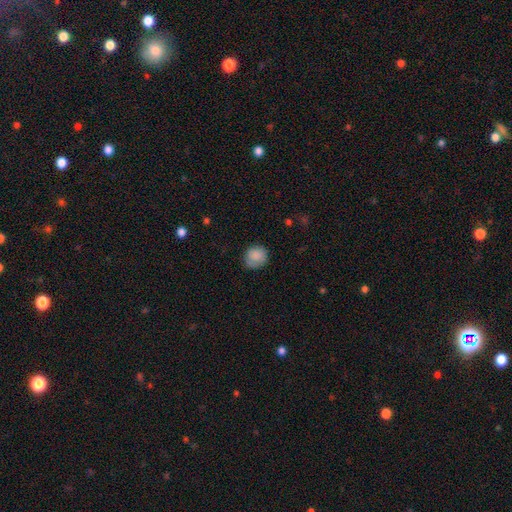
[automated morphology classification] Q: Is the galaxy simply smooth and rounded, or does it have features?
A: smooth — 84%.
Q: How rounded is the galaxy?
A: round — 85%.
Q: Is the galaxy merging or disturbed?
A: none — 74%.